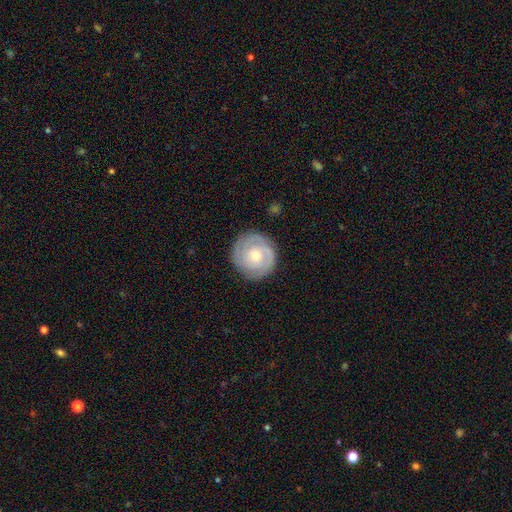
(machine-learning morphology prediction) featured or disk 68%, smooth 27%, star or artifact 6%. Down the decision tree: edge-on disk — no (98%); bar — no (75%); spiral arms — yes (89%); spiral arm count — 2 (42%); spiral winding — tight (69%); bulge size — moderate (55%); merging — none (85%).